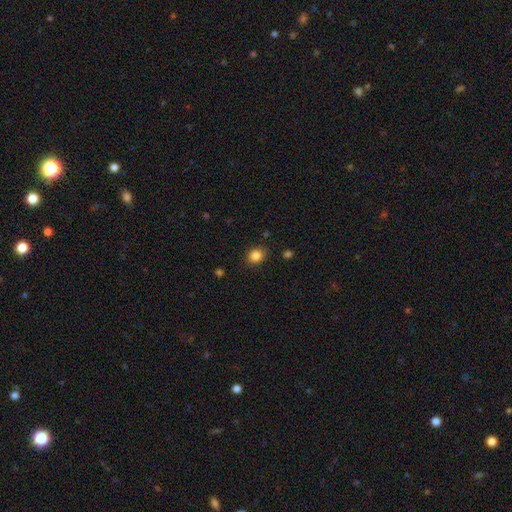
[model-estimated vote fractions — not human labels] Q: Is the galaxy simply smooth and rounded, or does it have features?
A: smooth — 84%.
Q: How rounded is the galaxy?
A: round — 62%.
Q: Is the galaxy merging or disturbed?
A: none — 84%.